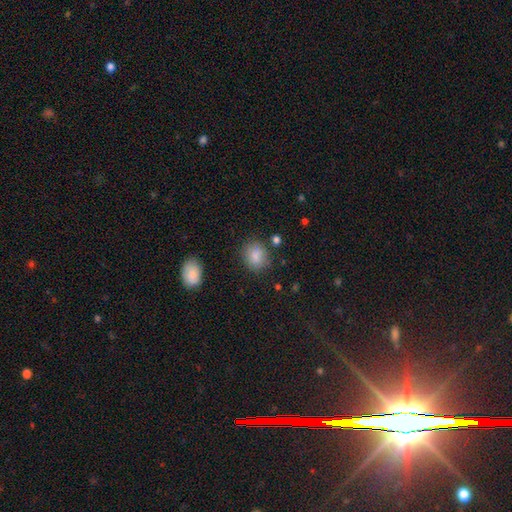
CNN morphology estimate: type=smooth (84%); roundness=round (51%); merging=none (77%).